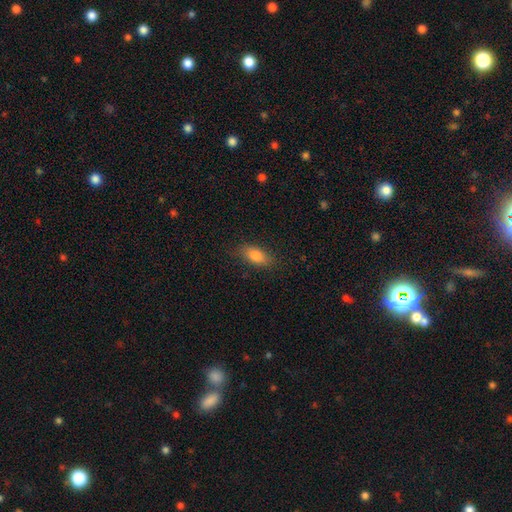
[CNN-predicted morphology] A smooth galaxy with no disk features (81%) that is in between round and cigar-shaped (84%). Merging: none (84%).